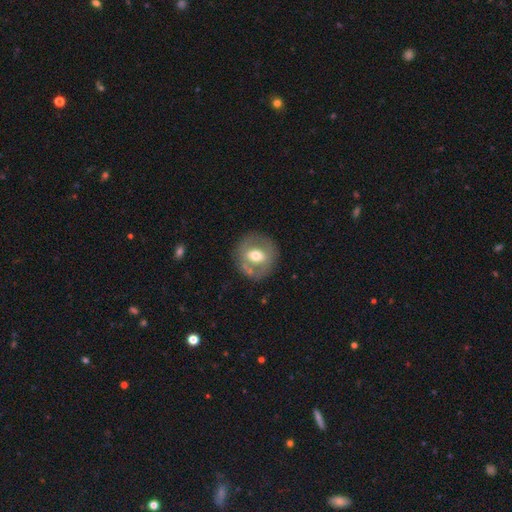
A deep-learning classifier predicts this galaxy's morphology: Smooth or featured?
  - featured or disk: 47% *
  - smooth: 46%
  - star or artifact: 7%
Merging?
  - none: 77% *
  - minor disturbance: 13%
  - major disturbance: 6%
  - merger: 5%